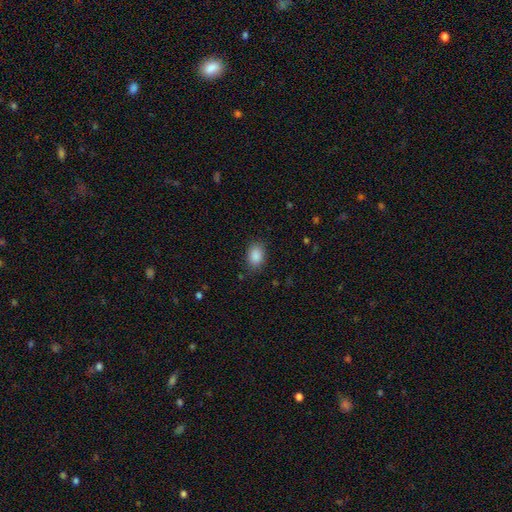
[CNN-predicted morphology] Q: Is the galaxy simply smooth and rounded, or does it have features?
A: smooth — 88%.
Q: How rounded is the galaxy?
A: in between — 82%.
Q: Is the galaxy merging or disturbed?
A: none — 84%.